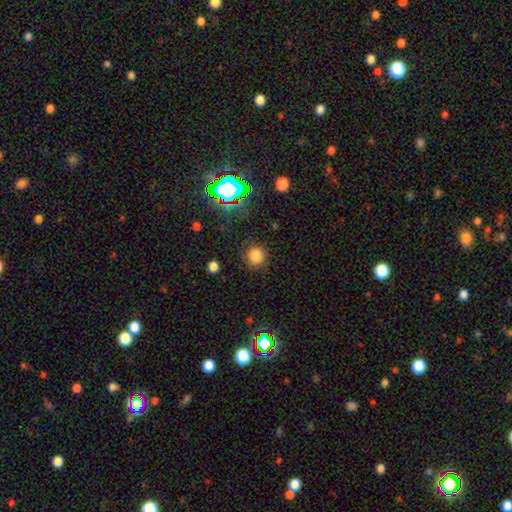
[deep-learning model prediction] A smooth galaxy with no disk features (76%) that is round (92%).

Vote fractions:
- Smooth or featured? smooth: 76% / star or artifact: 18% / featured or disk: 6%
- How rounded? round: 92% / in between: 7% / cigar-shaped: 1%
- Merging? none: 85% / minor disturbance: 10% / major disturbance: 4% / merger: 1%